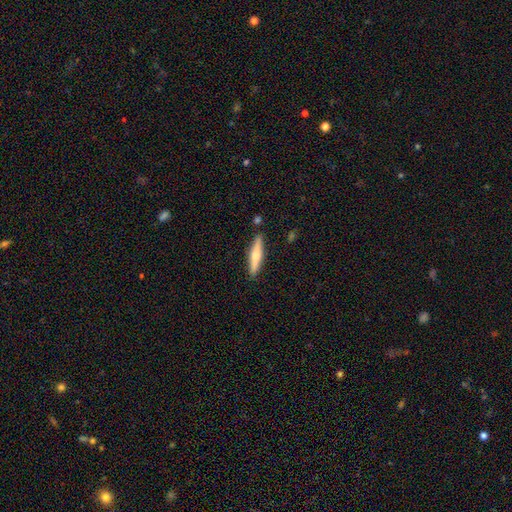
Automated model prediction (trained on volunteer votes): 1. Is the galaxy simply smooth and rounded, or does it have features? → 48% smooth, 46% featured or disk, 5% star or artifact.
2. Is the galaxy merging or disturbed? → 87% none, 8% minor disturbance, 3% merger, 2% major disturbance.